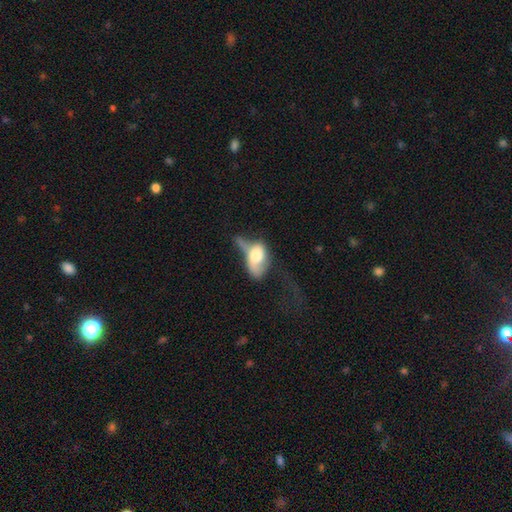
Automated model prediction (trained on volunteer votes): Overall: smooth (58%; featured or disk 34%). How rounded: in between (86%). Merging: major disturbance (49%; minor disturbance 19%).